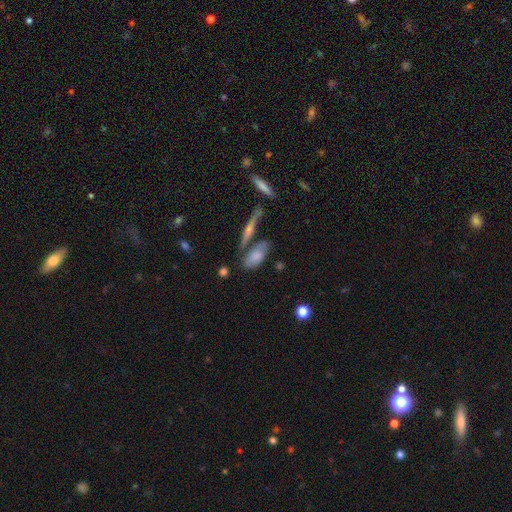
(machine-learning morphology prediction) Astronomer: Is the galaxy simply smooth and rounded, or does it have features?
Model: smooth — 68%.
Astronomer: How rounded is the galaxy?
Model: in between — 82%.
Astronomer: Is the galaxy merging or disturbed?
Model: none — 55%.